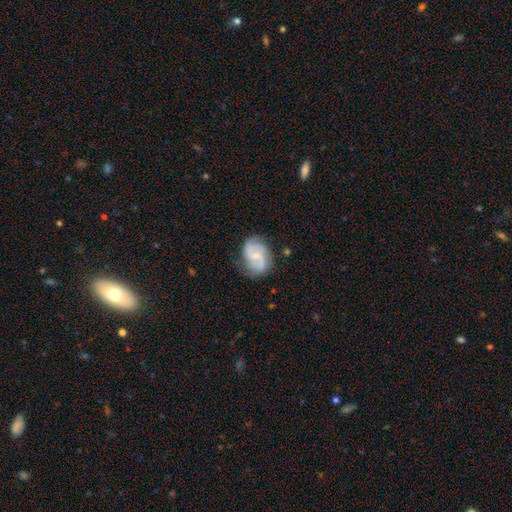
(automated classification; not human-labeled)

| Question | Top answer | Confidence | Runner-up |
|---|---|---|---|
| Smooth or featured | featured or disk | 79% | smooth (15%) |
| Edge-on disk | no | 98% | yes (2%) |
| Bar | no | 50% | weak (43%) |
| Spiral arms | yes | 95% | no (5%) |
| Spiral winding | medium | 49% | tight (32%) |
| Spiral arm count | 2 | 71% | 3 (13%) |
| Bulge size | small | 58% | moderate (37%) |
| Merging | none | 73% | minor disturbance (20%) |